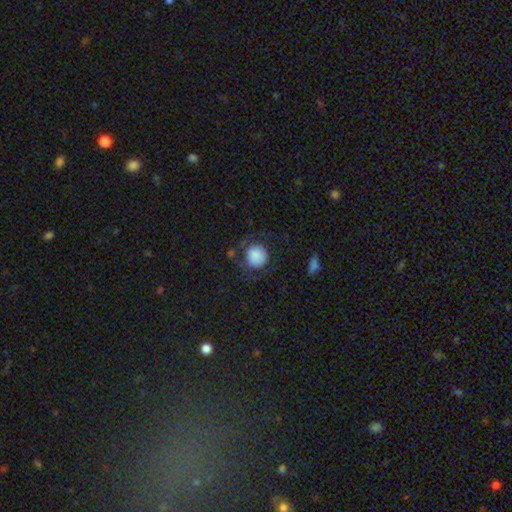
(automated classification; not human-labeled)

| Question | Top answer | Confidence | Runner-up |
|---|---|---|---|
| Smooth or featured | smooth | 83% | featured or disk (9%) |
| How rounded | round | 89% | in between (11%) |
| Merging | none | 66% | minor disturbance (19%) |